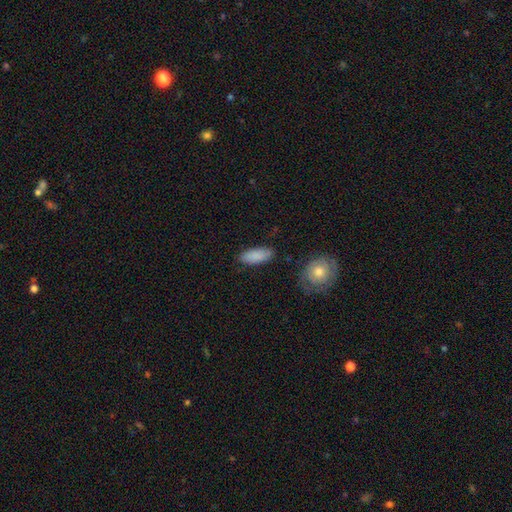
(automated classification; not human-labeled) Smooth or featured? Predicted: smooth (p=0.87). How rounded? Predicted: in between (p=0.79). Merging? Predicted: none (p=0.83).